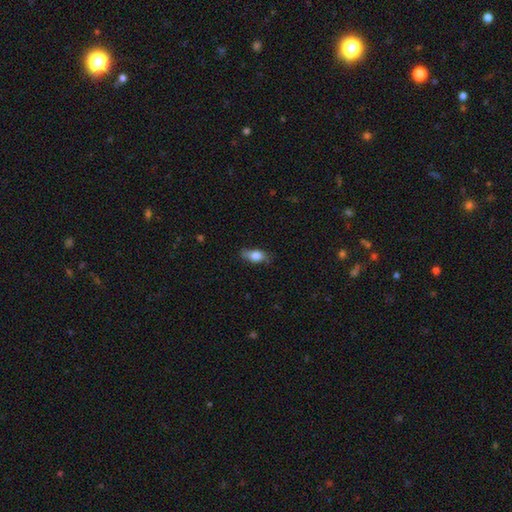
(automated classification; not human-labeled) Smooth or featured? Predicted: smooth (p=0.73). How rounded? Predicted: in between (p=0.78). Merging? Predicted: none (p=0.73).